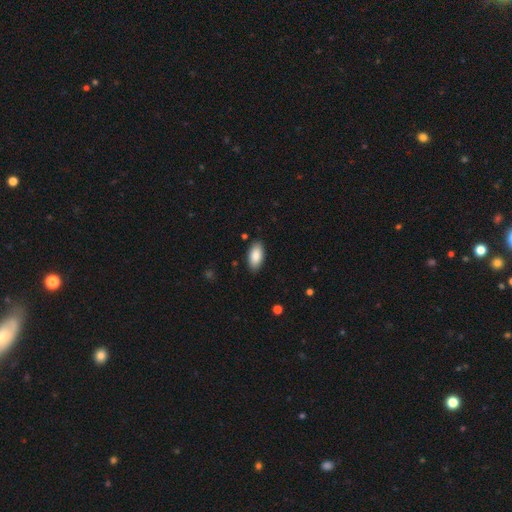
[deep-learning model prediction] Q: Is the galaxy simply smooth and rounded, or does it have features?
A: smooth — 87%.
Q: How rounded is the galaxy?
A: in between — 94%.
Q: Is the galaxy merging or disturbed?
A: none — 88%.